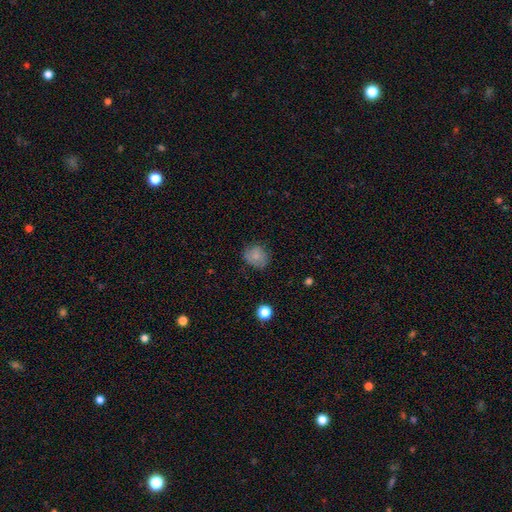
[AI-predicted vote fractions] Smooth or featured? smooth (78%)
How rounded? round (65%)
Merging? none (71%)